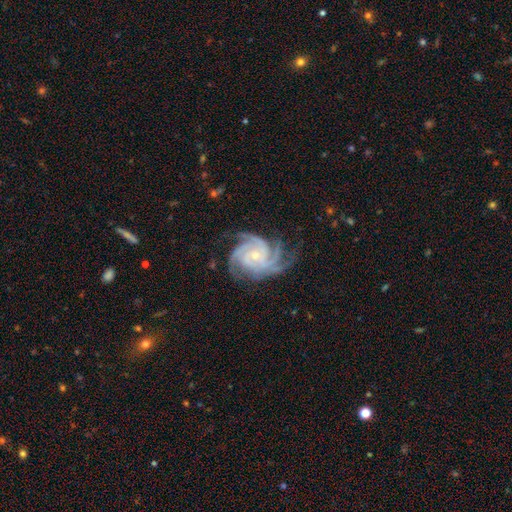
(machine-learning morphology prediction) Overall: featured or disk (92%). Edge-on disk: no (98%). Bar: no (69%). Spiral arms: yes (99%). Spiral arm count: 4 (49%; 3 25%). Spiral winding: tight (62%; medium 33%). Bulge size: small (72%). Merging: none (72%).